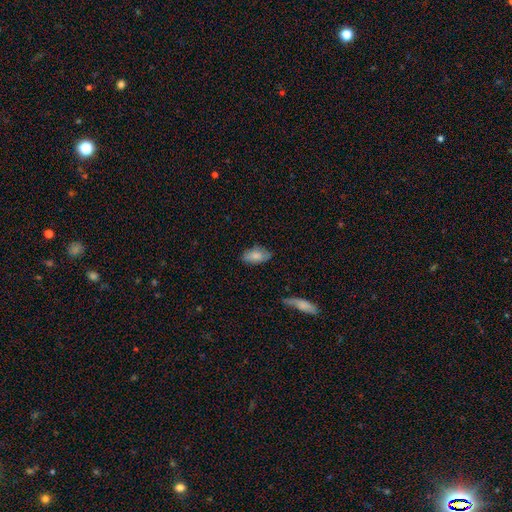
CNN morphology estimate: Smooth or featured? Predicted: smooth (p=0.80). How rounded? Predicted: in between (p=0.92). Merging? Predicted: none (p=0.75).